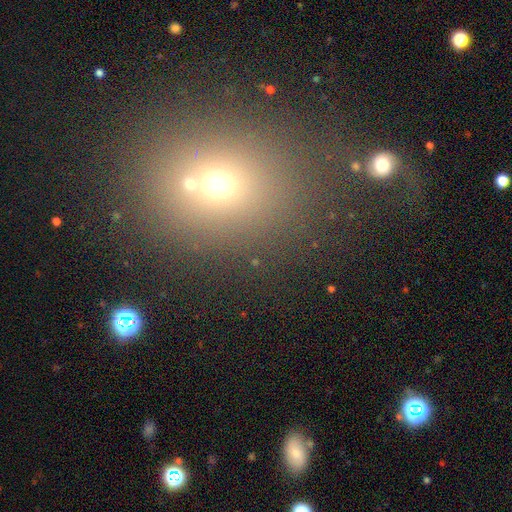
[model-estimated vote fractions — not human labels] This appears to be a smooth galaxy with no disk features (56%) that is round (63%). Merging: none (65%).